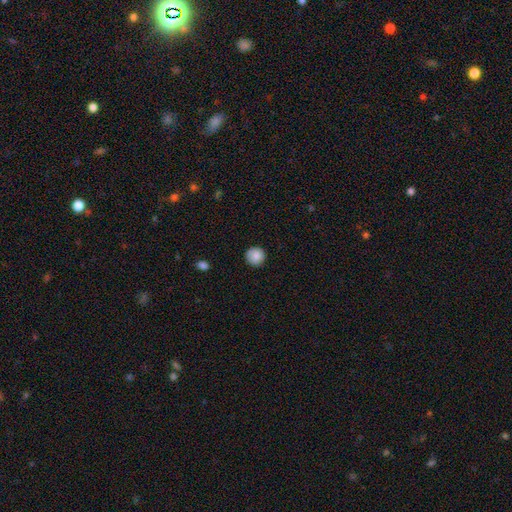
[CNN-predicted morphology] This is clearly a smooth galaxy (84%). How rounded: clearly round (95%). Merging: clearly none (87%).